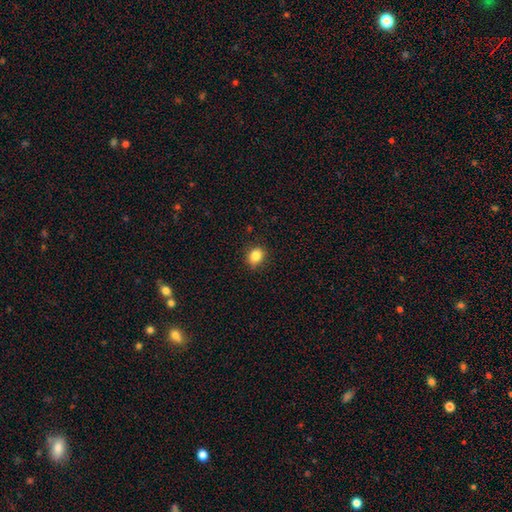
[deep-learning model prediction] Smooth or featured: smooth — 85% (star or artifact — 10%)
How rounded: round — 60% (in between — 39%)
Merging: none — 84% (minor disturbance — 12%)